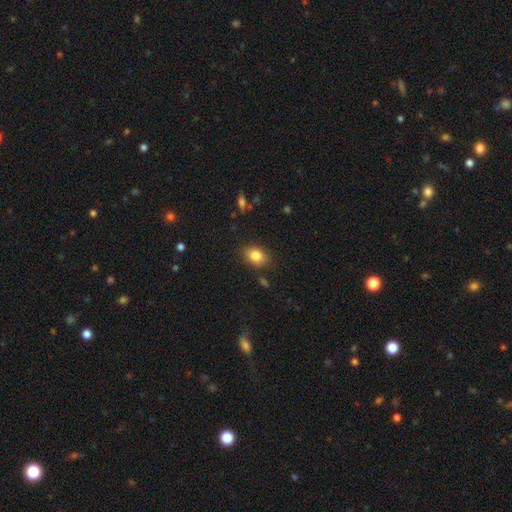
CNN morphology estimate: Smooth or featured? Predicted: smooth (p=0.84). How rounded? Predicted: in between (p=0.72). Merging? Predicted: none (p=0.81).